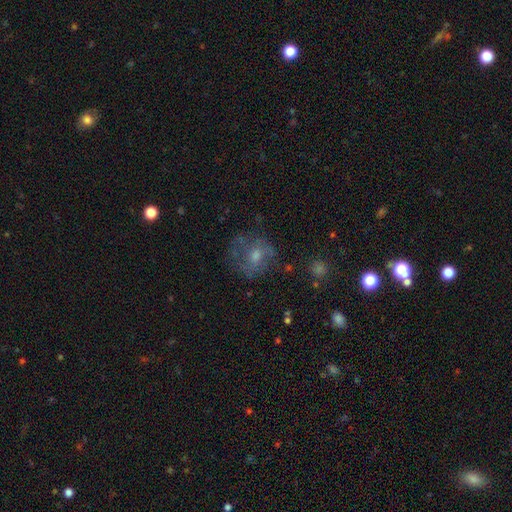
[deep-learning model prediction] A smooth galaxy with no disk features (44%). Merging: none (57%).